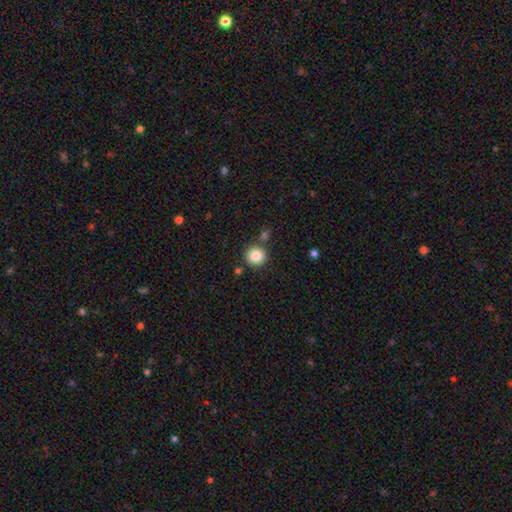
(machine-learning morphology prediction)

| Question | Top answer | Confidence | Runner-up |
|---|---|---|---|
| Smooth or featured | smooth | 85% | star or artifact (9%) |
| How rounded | round | 90% | in between (9%) |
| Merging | none | 81% | merger (9%) |